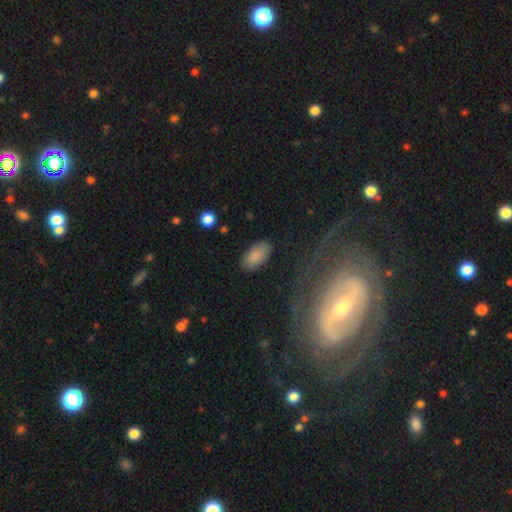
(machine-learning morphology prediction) Smooth or featured: smooth — 88% (star or artifact — 7%)
How rounded: in between — 94% (cigar-shaped — 3%)
Merging: none — 85% (minor disturbance — 11%)